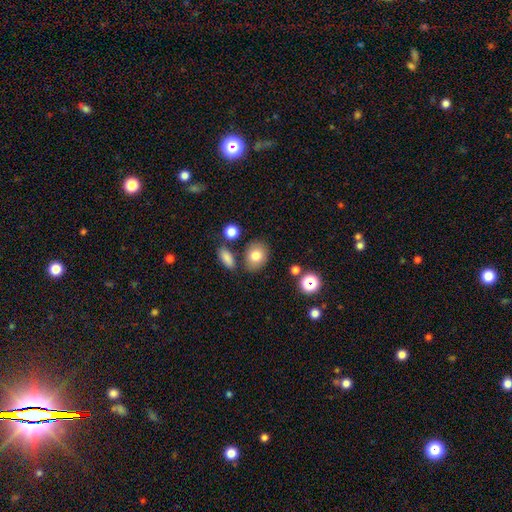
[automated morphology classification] The model was most divided on "how rounded": in between: 57%, round: 42%, cigar-shaped: 1%. More confident: smooth or featured — smooth (79%); merging — none (75%).